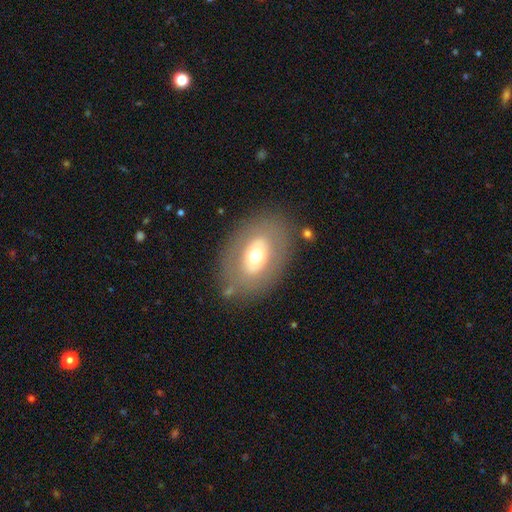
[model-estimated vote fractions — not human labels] This is possibly a smooth galaxy (51%). How rounded: likely in between (79%). Merging: likely none (78%).